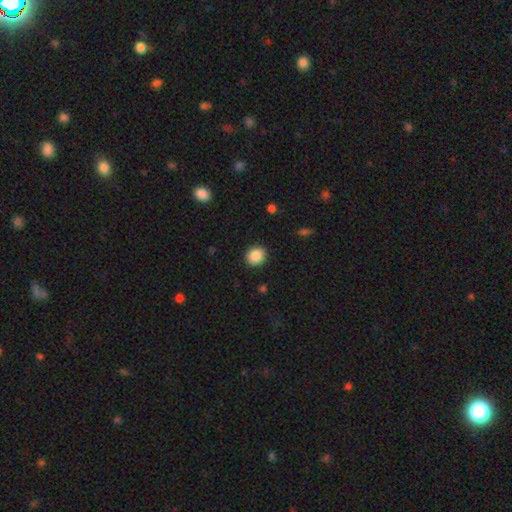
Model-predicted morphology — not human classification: type=smooth (87%); roundness=round (77%); merging=none (91%).